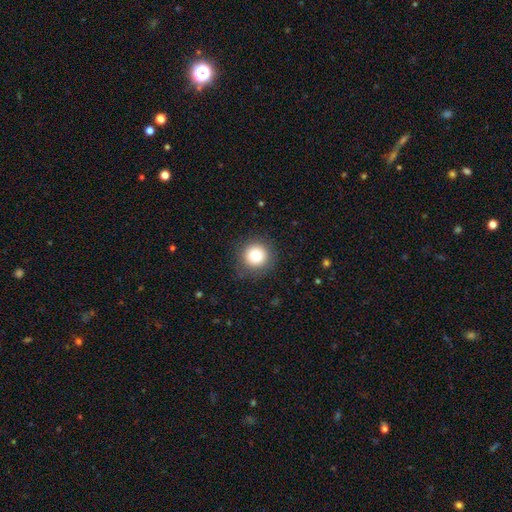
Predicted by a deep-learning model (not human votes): Overall: smooth (79%). How rounded: round (95%). Merging: none (87%).